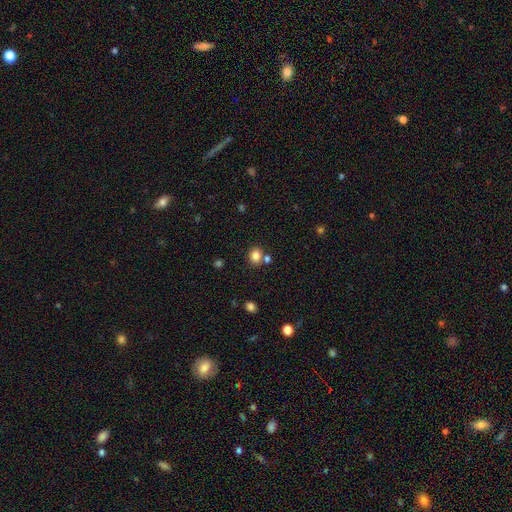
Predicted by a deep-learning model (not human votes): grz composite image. It shows a smooth galaxy with no disk features (82%) that is round (68%). Merging: none (70%).